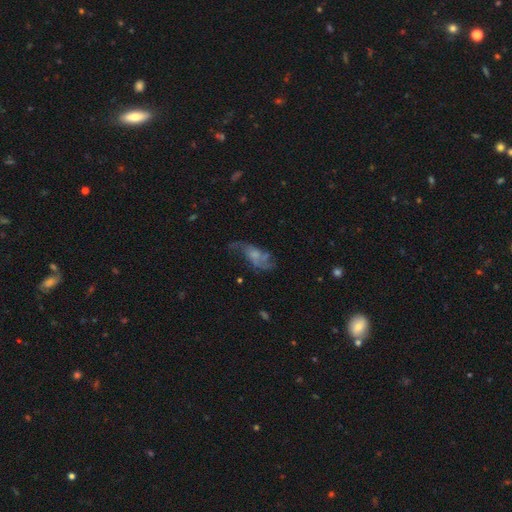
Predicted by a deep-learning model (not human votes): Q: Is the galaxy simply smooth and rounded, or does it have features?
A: featured or disk — 64%.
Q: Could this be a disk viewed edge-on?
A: no — 93%.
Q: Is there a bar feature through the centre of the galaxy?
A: no — 72%.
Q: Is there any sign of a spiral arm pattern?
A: yes — 77%.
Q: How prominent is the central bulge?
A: small — 34%.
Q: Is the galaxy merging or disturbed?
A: none — 42%.